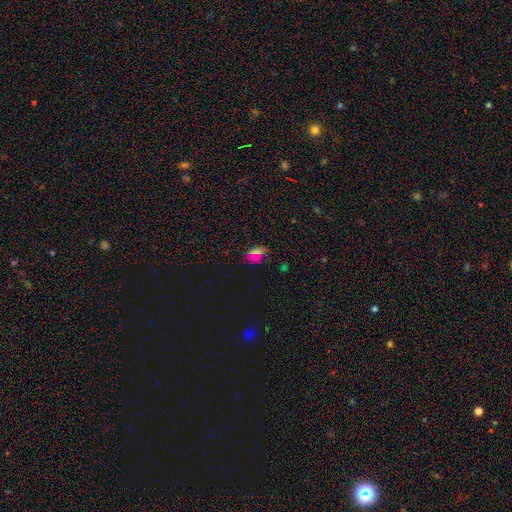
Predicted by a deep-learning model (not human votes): Smooth or featured? Predicted: smooth (p=0.52). How rounded? Predicted: in between (p=0.76). Merging? Predicted: none (p=0.70).